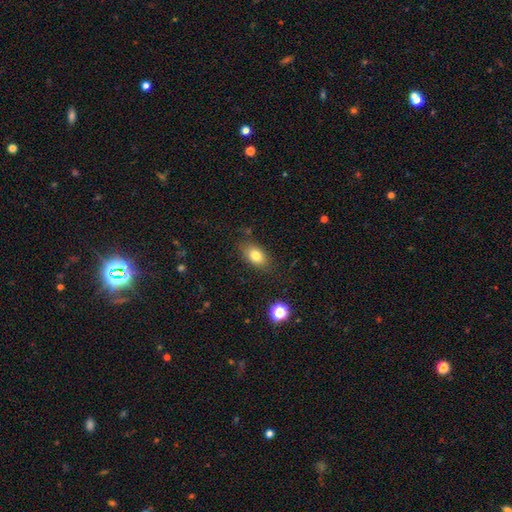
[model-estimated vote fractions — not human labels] This is likely a smooth galaxy (79%). How rounded: clearly in between (85%). Merging: clearly none (80%).